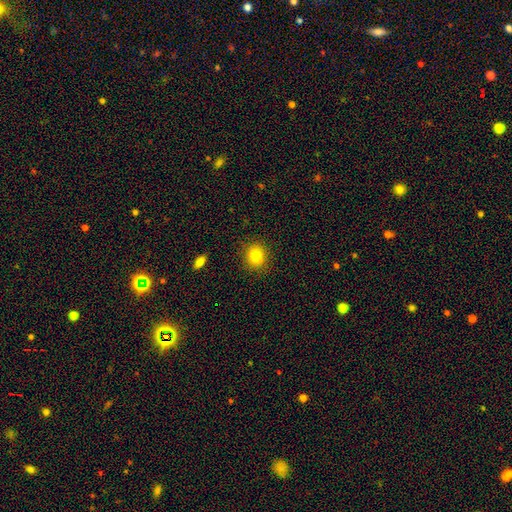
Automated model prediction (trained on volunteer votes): This appears to be a smooth galaxy with no disk features (78%) that is round (78%). Merging: none (67%).